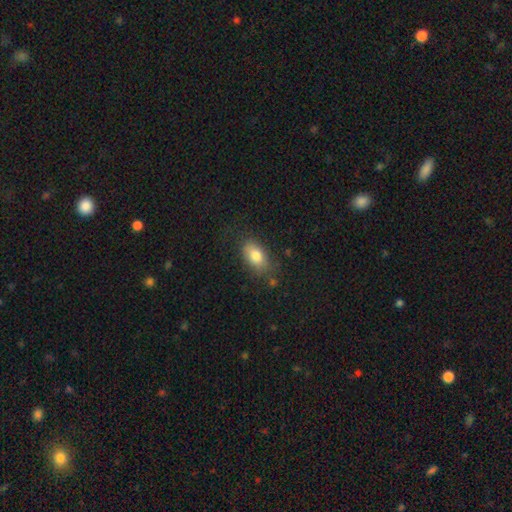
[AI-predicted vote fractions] Overall: smooth (81%). How rounded: in between (89%). Merging: none (72%).